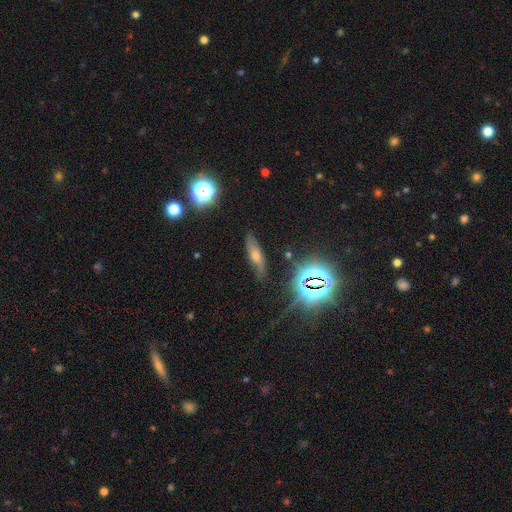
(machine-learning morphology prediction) Q: Smooth or featured?
A: featured or disk (37%); tied with: smooth (37%)
Q: Merging?
A: none (78%); runner-up: minor disturbance (16%)